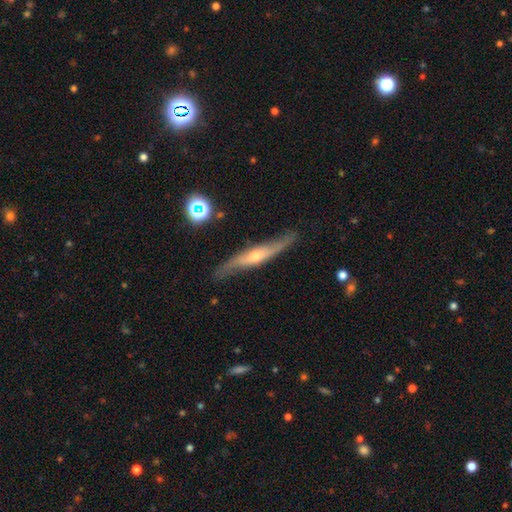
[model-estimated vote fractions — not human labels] Q: Smooth or featured?
A: featured or disk (71%); runner-up: smooth (23%)
Q: Edge-on disk?
A: yes (70%); runner-up: no (30%)
Q: Merging?
A: none (77%); runner-up: minor disturbance (17%)